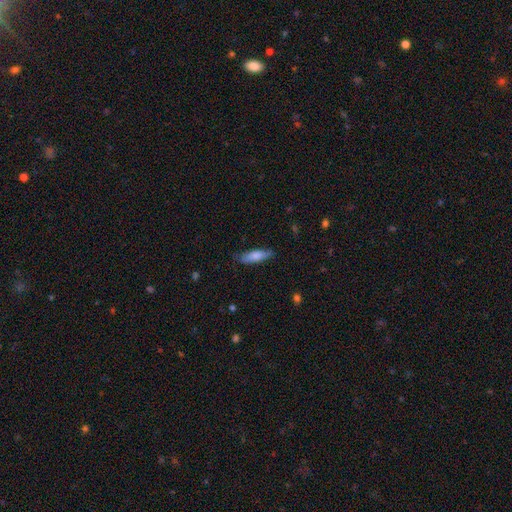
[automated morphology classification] Smooth or featured?
  - smooth: 75% *
  - featured or disk: 19%
  - star or artifact: 6%
How rounded?
  - cigar-shaped: 53% *
  - in between: 45%
  - round: 2%
Merging?
  - none: 75% *
  - minor disturbance: 20%
  - major disturbance: 4%
  - merger: 1%